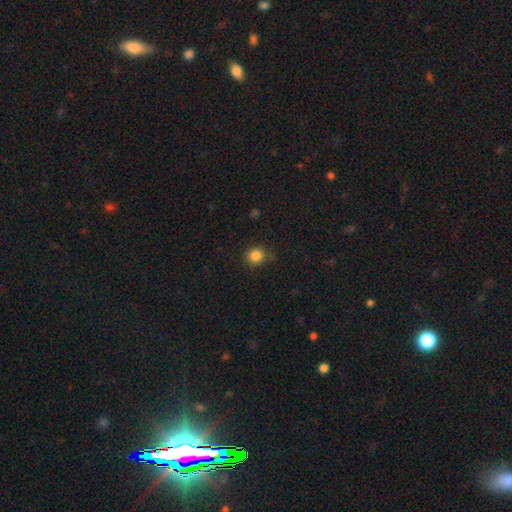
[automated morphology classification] Smooth or featured? Predicted: smooth (p=0.85). How rounded? Predicted: round (p=0.86). Merging? Predicted: none (p=0.80).